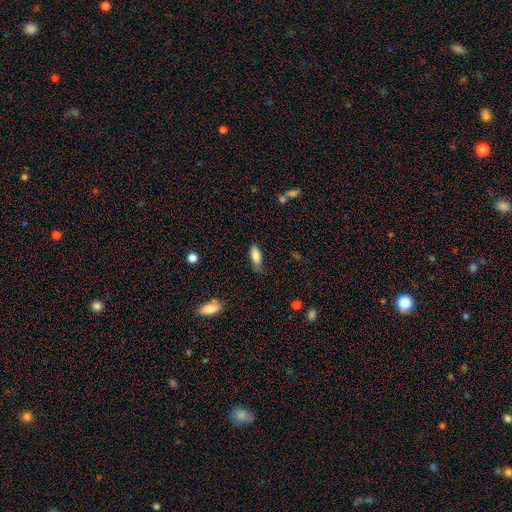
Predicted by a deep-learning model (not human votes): Smooth or featured? smooth (82%)
How rounded? in between (74%)
Merging? none (61%)